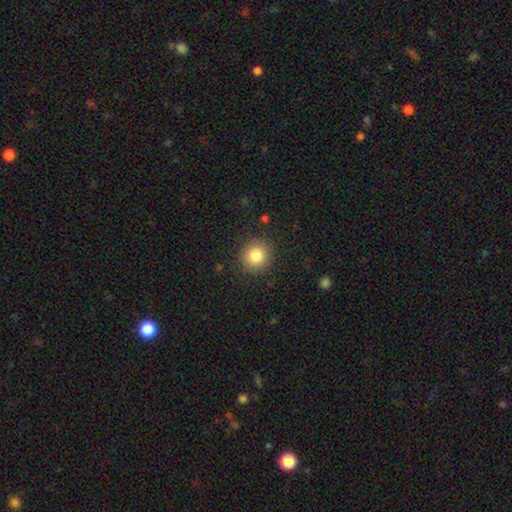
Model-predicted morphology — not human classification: Smooth or featured? smooth (82%)
How rounded? round (89%)
Merging? none (89%)